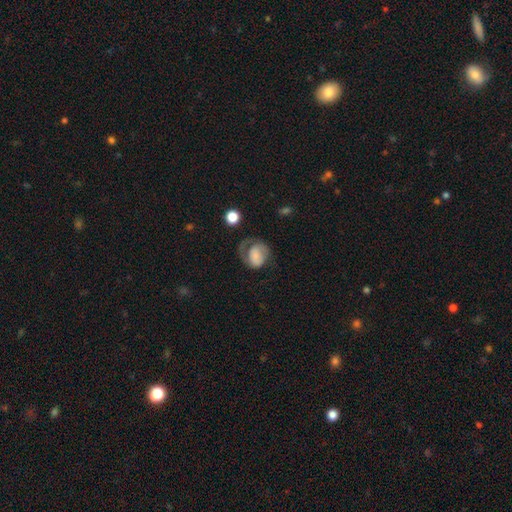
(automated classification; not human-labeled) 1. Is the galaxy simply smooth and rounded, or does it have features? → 52% smooth, 39% featured or disk, 9% star or artifact.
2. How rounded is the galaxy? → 53% round, 46% in between, 1% cigar-shaped.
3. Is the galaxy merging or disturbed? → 41% major disturbance, 32% none, 24% minor disturbance, 2% merger.